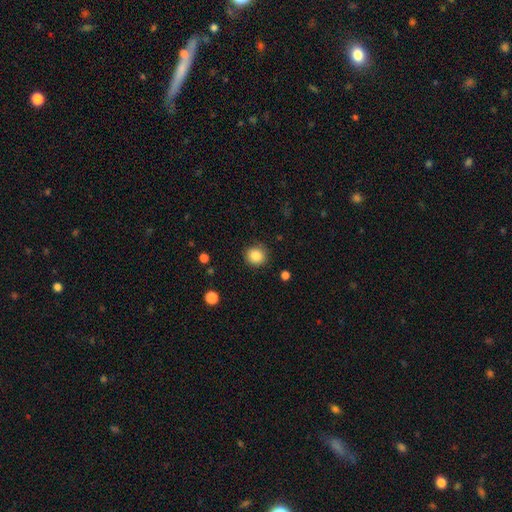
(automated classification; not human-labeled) A smooth galaxy with no disk features (86%) that is round (90%).

Vote fractions:
- Smooth or featured? smooth: 86% / star or artifact: 10% / featured or disk: 5%
- How rounded? round: 90% / in between: 9% / cigar-shaped: 1%
- Merging? none: 87% / minor disturbance: 9% / major disturbance: 3% / merger: 1%